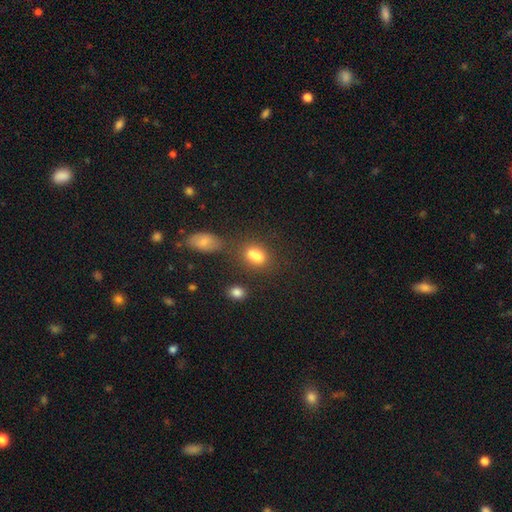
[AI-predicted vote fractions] Smooth or featured? Predicted: smooth (p=0.75). How rounded? Predicted: in between (p=0.64). Merging? Predicted: merger (p=0.42).